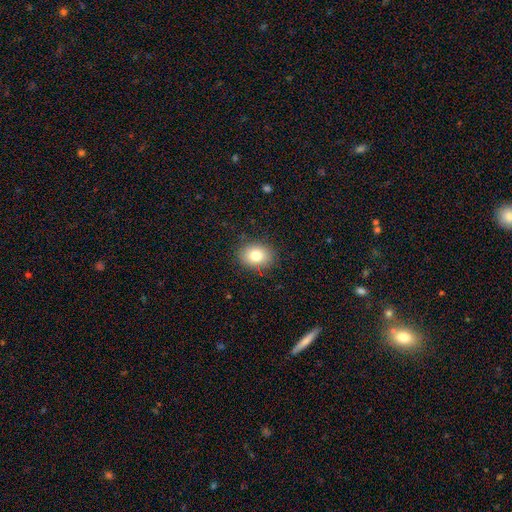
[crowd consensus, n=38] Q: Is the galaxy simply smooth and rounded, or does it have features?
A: smooth — 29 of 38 (76%).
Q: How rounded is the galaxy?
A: in between — 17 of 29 (59%).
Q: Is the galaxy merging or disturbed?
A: none — 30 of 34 (88%).